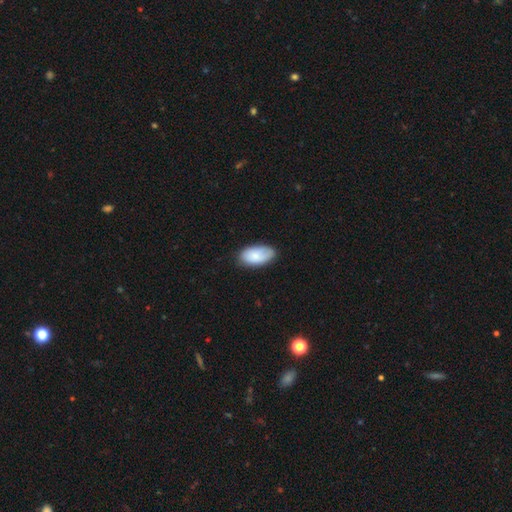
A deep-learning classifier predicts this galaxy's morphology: Overall: smooth (82%). How rounded: in between (95%). Merging: none (79%).